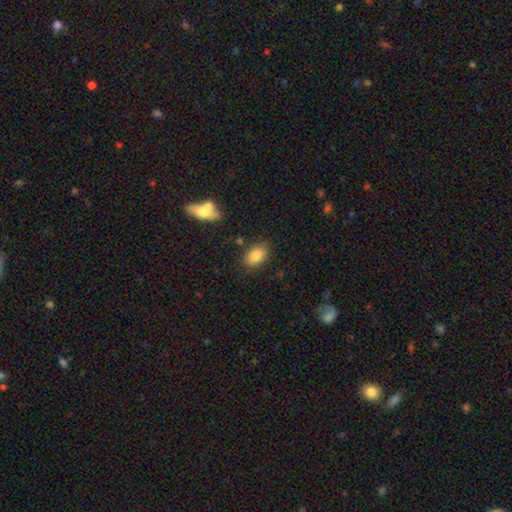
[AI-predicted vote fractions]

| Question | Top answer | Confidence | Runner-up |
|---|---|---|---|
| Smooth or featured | smooth | 85% | star or artifact (8%) |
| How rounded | in between | 89% | round (8%) |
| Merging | none | 82% | minor disturbance (12%) |